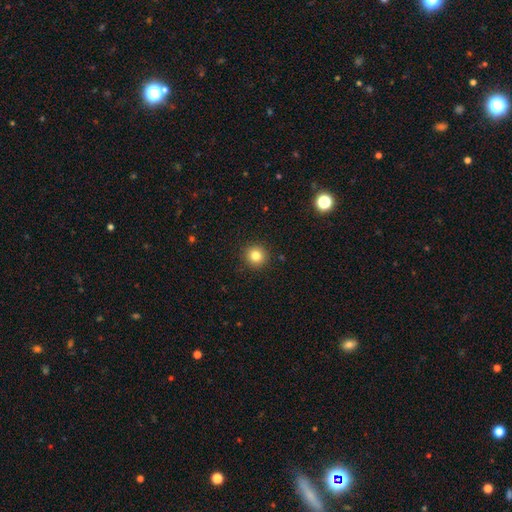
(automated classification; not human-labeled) This is clearly a smooth galaxy (82%). How rounded: clearly round (94%). Merging: clearly none (92%).